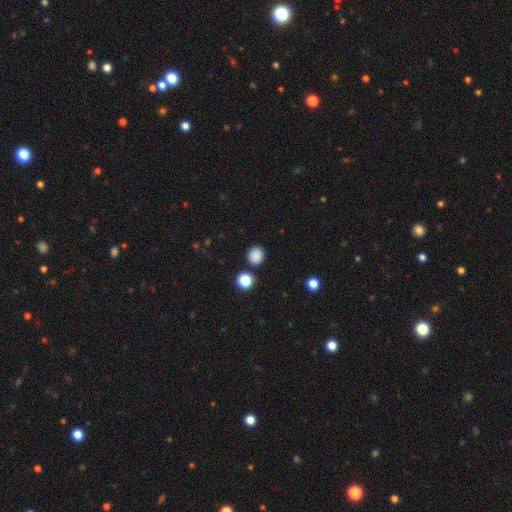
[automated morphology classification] type=smooth (86%); roundness=round (84%); merging=none (87%).